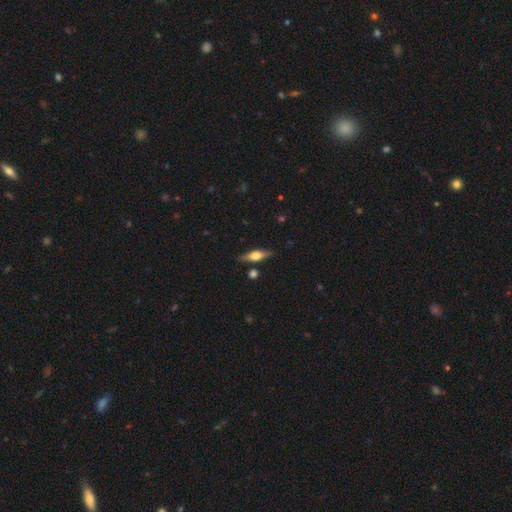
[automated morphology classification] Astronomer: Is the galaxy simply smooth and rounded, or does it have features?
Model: featured or disk — 57% (runner-up: smooth, 36%).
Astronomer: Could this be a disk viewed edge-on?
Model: yes — 94%.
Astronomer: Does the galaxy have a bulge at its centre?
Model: rounded — 91%.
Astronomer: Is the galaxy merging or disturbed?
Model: none — 85%.